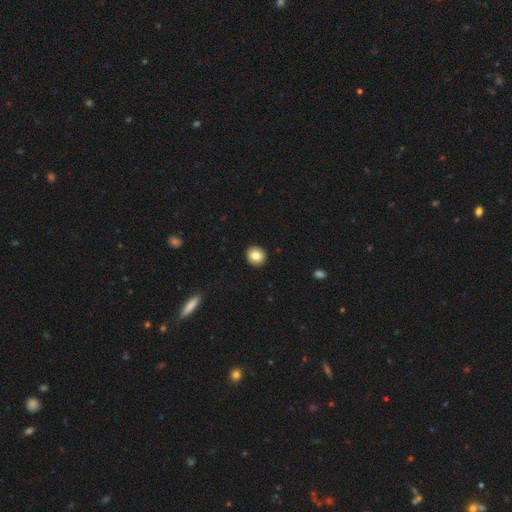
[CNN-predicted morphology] This is clearly a smooth galaxy (84%). How rounded: clearly round (90%). Merging: clearly none (93%).